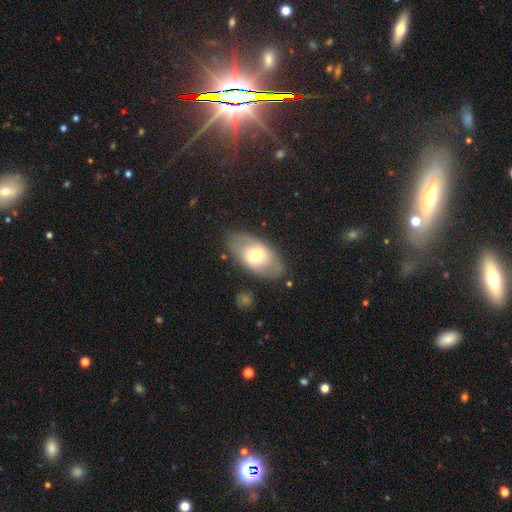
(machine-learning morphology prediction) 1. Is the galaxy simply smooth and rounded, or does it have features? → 57% smooth, 37% featured or disk, 6% star or artifact.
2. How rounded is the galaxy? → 92% in between, 5% round, 3% cigar-shaped.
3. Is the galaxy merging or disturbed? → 80% none, 13% minor disturbance, 5% major disturbance, 2% merger.